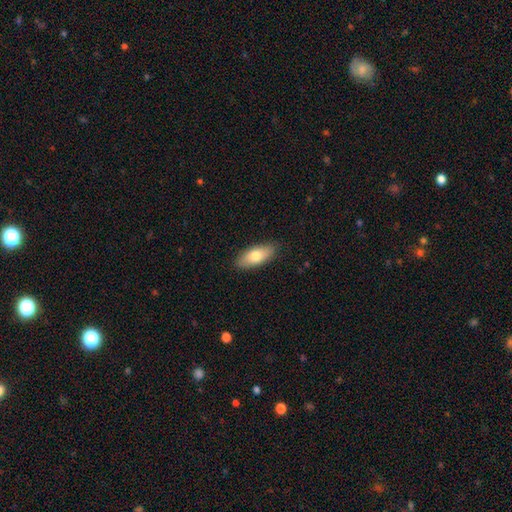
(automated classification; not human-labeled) Smooth or featured? smooth (75%)
How rounded? in between (80%)
Merging? none (86%)